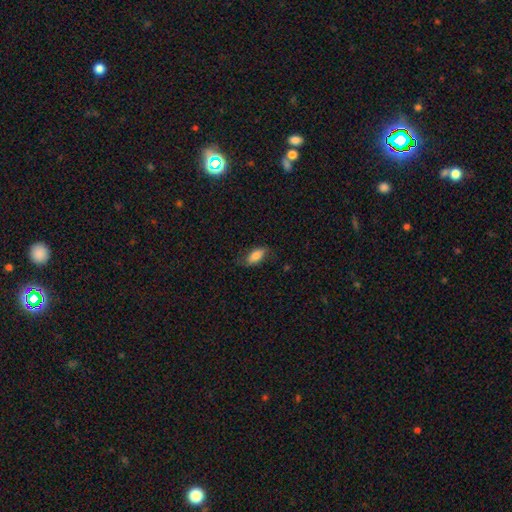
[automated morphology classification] type=smooth (78%); roundness=in between (87%); merging=none (69%).